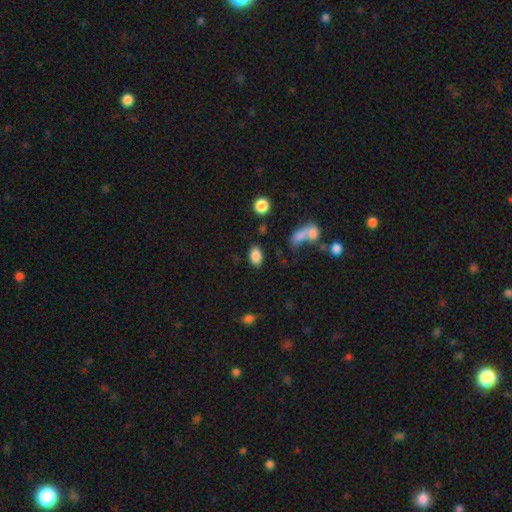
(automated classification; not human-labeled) smooth_or_featured: smooth (p=0.85) [alt: star or artifact p=0.09]
how_rounded: in between (p=0.91) [alt: round p=0.07]
merging: none (p=0.81) [alt: minor disturbance p=0.10]